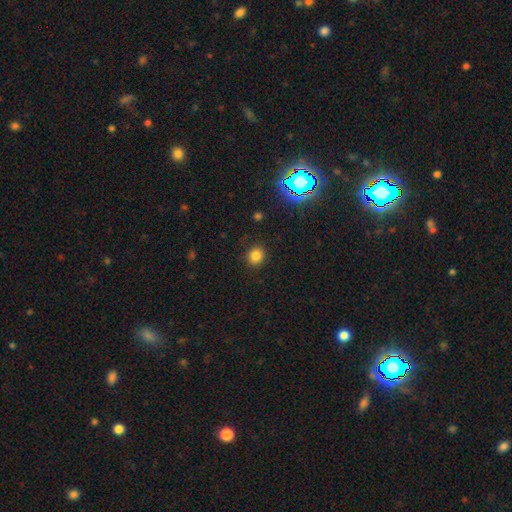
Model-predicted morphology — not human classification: smooth_or_featured: smooth (p=0.81) [alt: star or artifact p=0.14]
how_rounded: round (p=0.87) [alt: in between p=0.12]
merging: none (p=0.89) [alt: minor disturbance p=0.07]